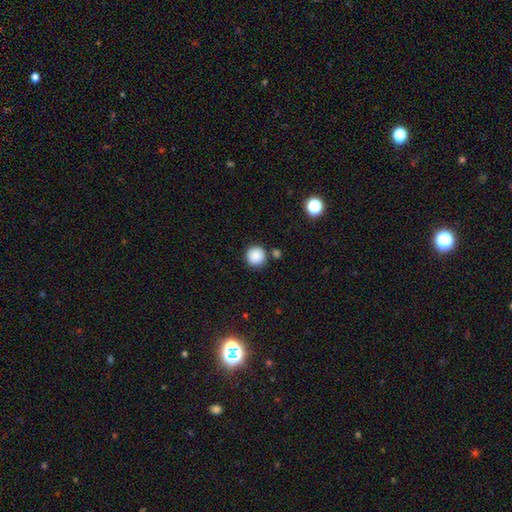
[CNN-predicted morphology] Overall: smooth (87%). How rounded: round (95%). Merging: none (84%).